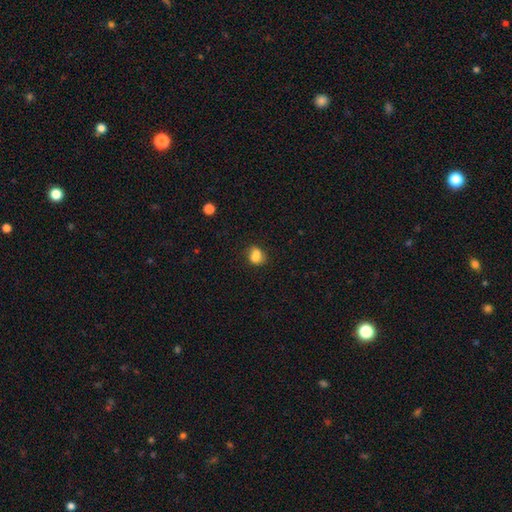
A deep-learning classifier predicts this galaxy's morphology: Smooth or featured?
  - smooth: 77% *
  - featured or disk: 12%
  - star or artifact: 11%
How rounded?
  - in between: 52% *
  - round: 47%
  - cigar-shaped: 1%
Merging?
  - none: 45% *
  - merger: 32%
  - minor disturbance: 18%
  - major disturbance: 6%